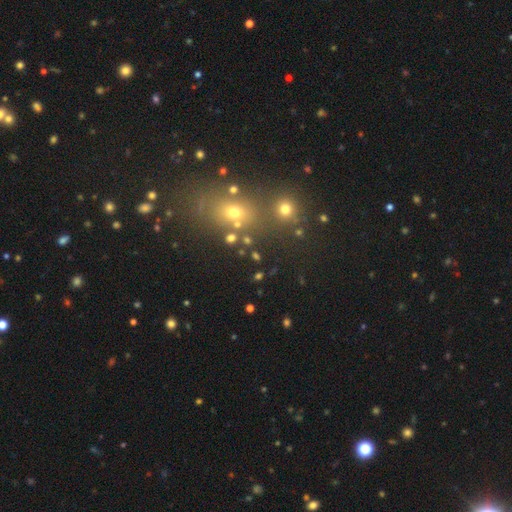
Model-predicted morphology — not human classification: Smooth or featured: smooth — 48% (star or artifact — 38%)
Merging: none — 65% (merger — 18%)